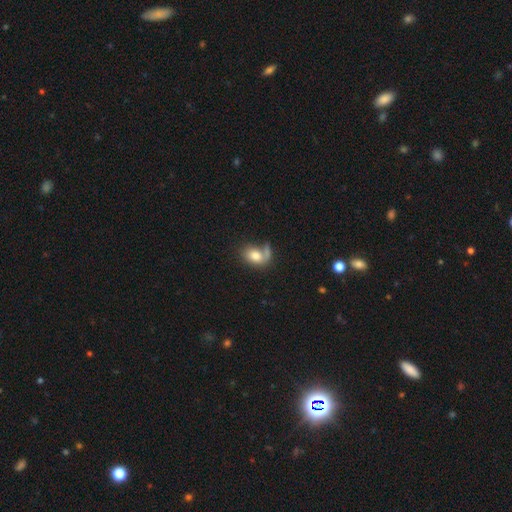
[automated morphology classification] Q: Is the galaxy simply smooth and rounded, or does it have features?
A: smooth — 76%.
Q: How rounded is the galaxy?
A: in between — 74%.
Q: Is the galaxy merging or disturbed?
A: none — 40%.